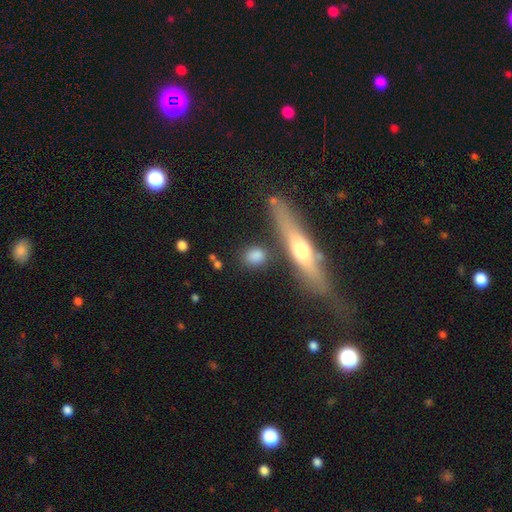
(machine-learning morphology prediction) This is likely a smooth galaxy (79%). How rounded: possibly round (49%). Merging: likely none (77%).